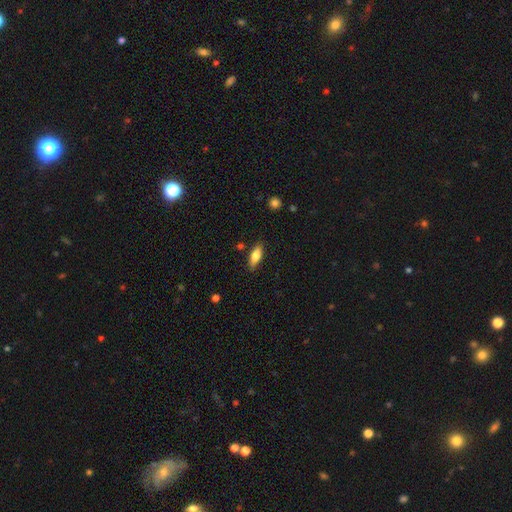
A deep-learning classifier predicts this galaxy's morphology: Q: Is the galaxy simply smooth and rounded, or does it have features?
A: smooth — 71%.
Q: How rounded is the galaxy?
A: in between — 66%.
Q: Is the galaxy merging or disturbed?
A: none — 83%.